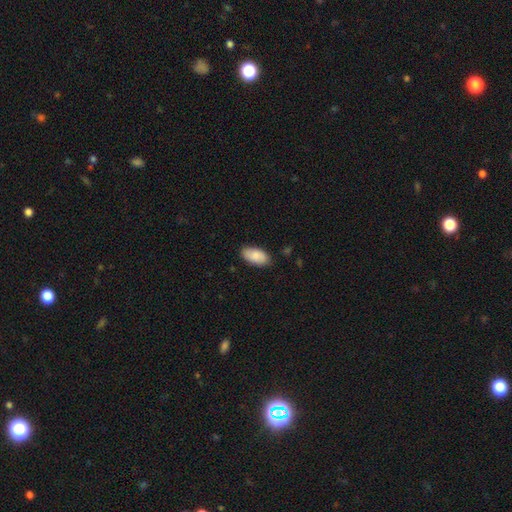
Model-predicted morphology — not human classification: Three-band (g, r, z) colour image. It shows a smooth galaxy with no disk features (87%) that is in between round and cigar-shaped (95%). Merging: none (85%).